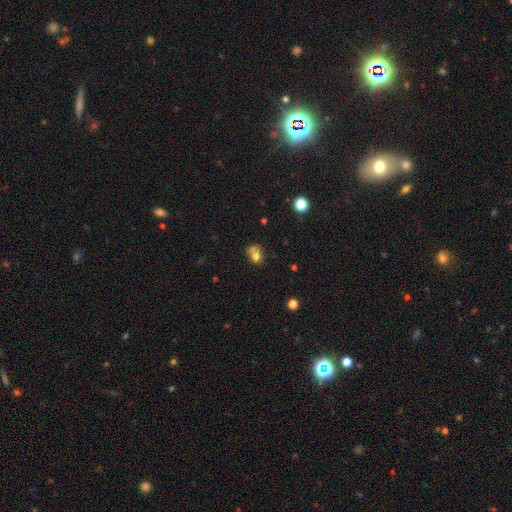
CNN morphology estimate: smooth 71%, featured or disk 15%, star or artifact 14%. Down the decision tree: how rounded — round (63%); merging — merger (45%).